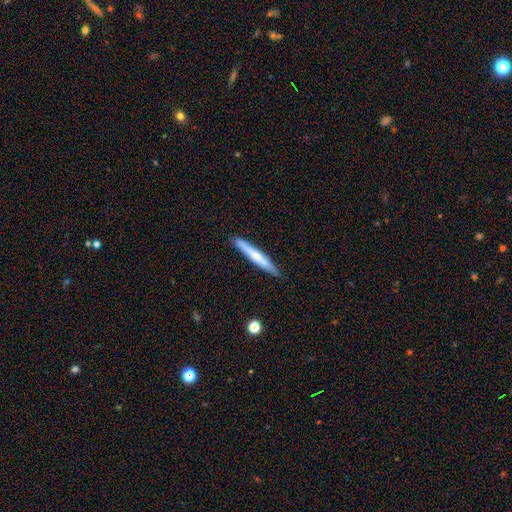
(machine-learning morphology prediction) Smooth or featured: smooth — 60% (featured or disk — 34%)
How rounded: cigar-shaped — 96% (in between — 3%)
Merging: none — 89% (minor disturbance — 9%)